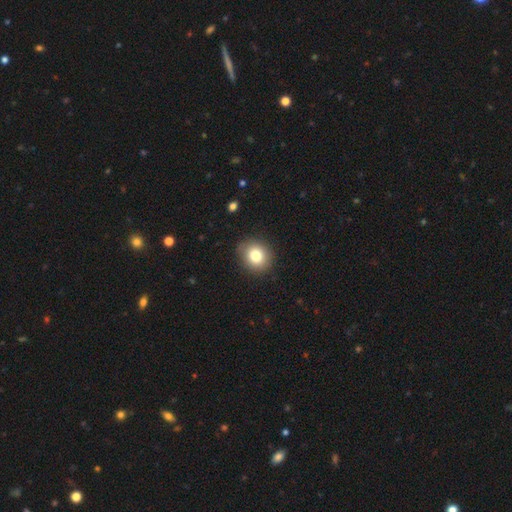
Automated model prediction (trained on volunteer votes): smooth 80%, featured or disk 10%, star or artifact 10%. Down the decision tree: how rounded — round (75%); merging — none (87%).